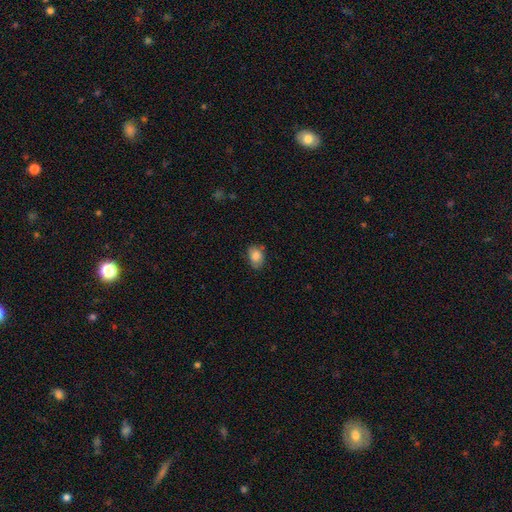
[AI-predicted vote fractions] Morphology: type=smooth (82%); roundness=in between (73%); merging=none (71%).